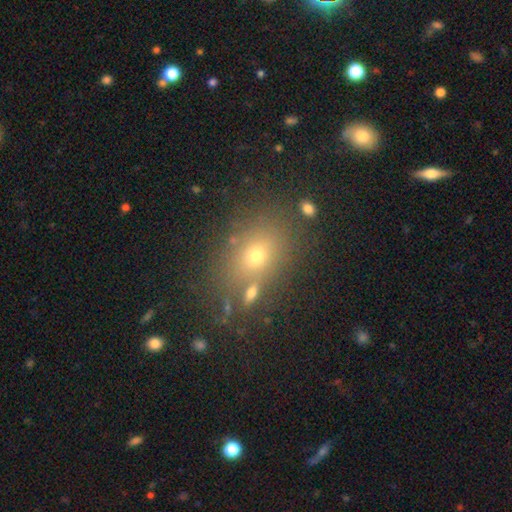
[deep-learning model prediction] A smooth galaxy with no disk features (67%) that is in between round and cigar-shaped (58%).

Vote fractions:
- Smooth or featured? smooth: 67% / star or artifact: 18% / featured or disk: 15%
- How rounded? in between: 58% / round: 39% / cigar-shaped: 2%
- Merging? none: 68% / merger: 14% / minor disturbance: 12% / major disturbance: 6%